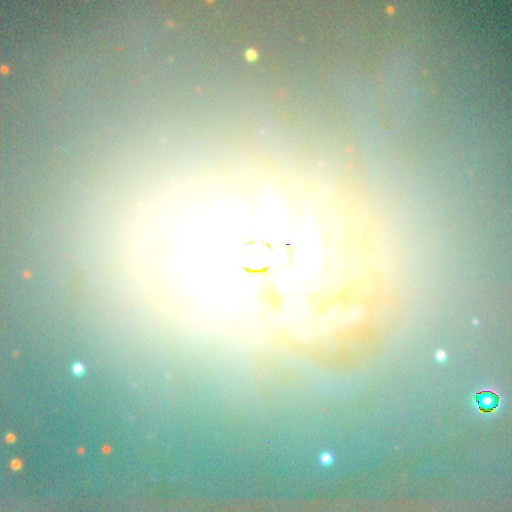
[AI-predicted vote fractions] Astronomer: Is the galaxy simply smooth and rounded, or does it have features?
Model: featured or disk — 39% (runner-up: star or artifact, 35%).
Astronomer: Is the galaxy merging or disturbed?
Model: none — 76%.